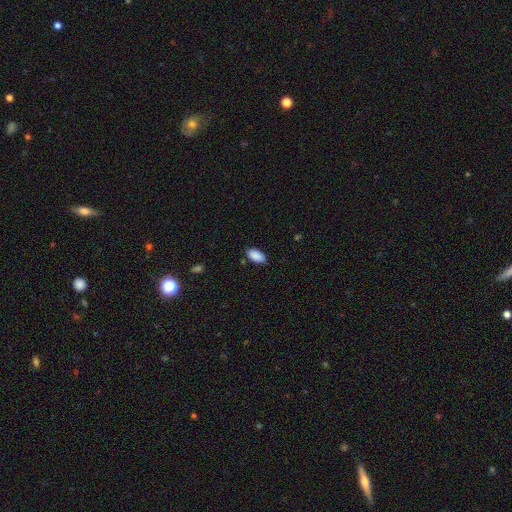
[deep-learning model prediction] Q: Smooth or featured?
A: smooth (90%); runner-up: star or artifact (7%)
Q: How rounded?
A: in between (93%); runner-up: cigar-shaped (5%)
Q: Merging?
A: none (85%); runner-up: minor disturbance (12%)